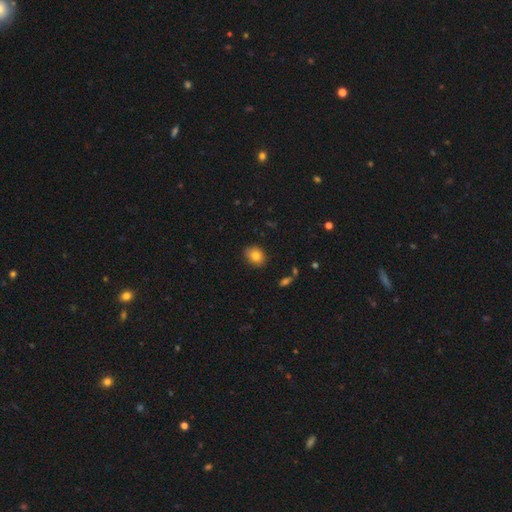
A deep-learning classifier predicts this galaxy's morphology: Smooth or featured: smooth — 82% (star or artifact — 9%)
How rounded: in between — 51% (round — 48%)
Merging: none — 82% (minor disturbance — 14%)